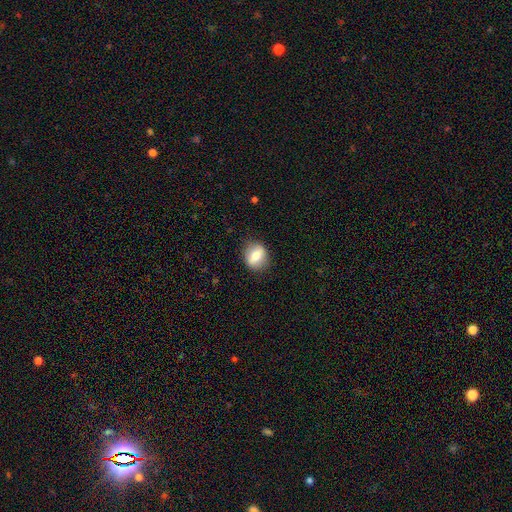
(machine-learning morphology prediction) A smooth galaxy with no disk features (69%) that is round (62%). Merging: none (84%).